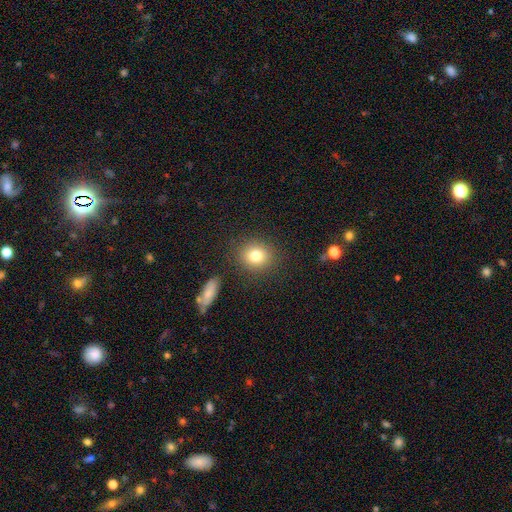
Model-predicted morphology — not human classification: This appears to be a smooth galaxy with no disk features (80%) that is round (81%). Merging: none (86%).